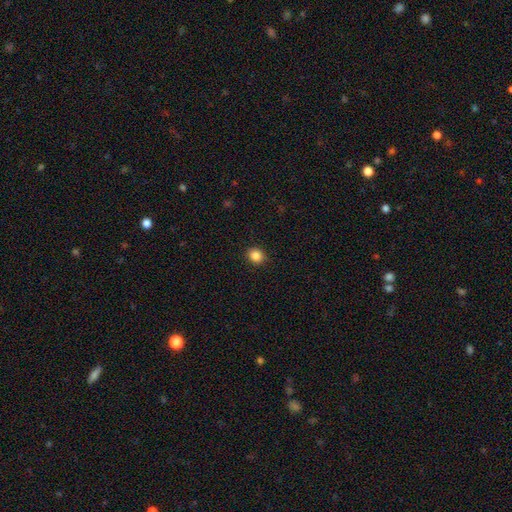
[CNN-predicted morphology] A smooth galaxy with no disk features (86%) that is round (74%). Merging: none (92%).